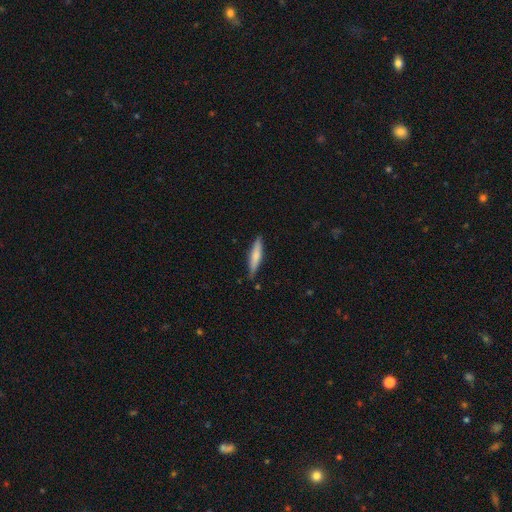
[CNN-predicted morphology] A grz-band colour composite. It shows a smooth galaxy with no disk features (69%) that is cigar-shaped (85%). Merging: none (80%).